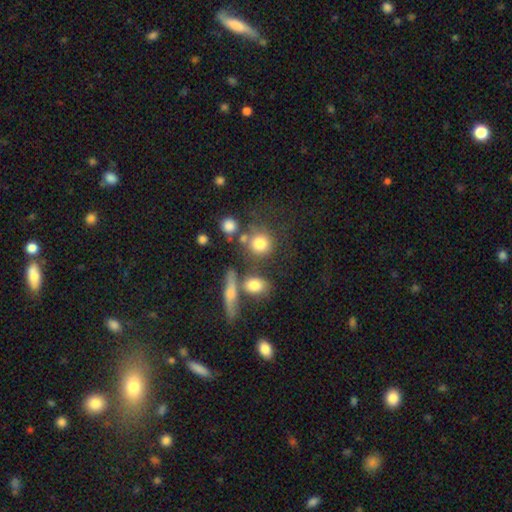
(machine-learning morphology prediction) This appears to be a star or artifact, not a galaxy (57%).